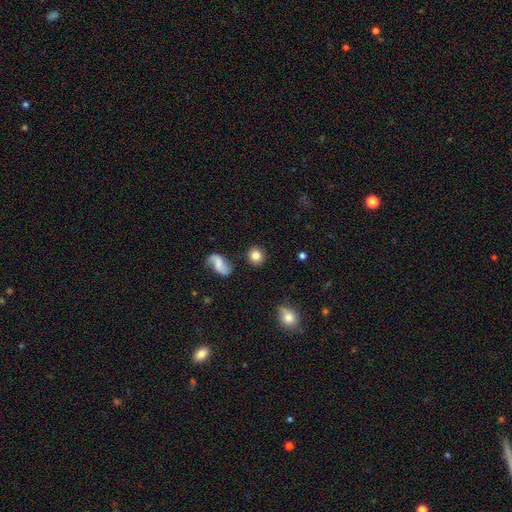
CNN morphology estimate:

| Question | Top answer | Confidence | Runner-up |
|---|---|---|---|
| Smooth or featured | smooth | 81% | featured or disk (9%) |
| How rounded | round | 86% | in between (13%) |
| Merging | none | 86% | minor disturbance (9%) |